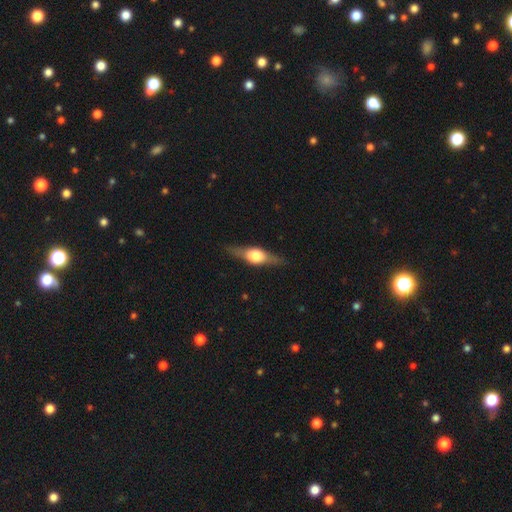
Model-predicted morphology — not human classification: Q: Smooth or featured?
A: featured or disk (68%); runner-up: smooth (26%)
Q: Edge-on disk?
A: yes (95%); runner-up: no (5%)
Q: Edge-on bulge?
A: rounded (91%); runner-up: boxy (7%)
Q: Merging?
A: none (85%); runner-up: minor disturbance (11%)